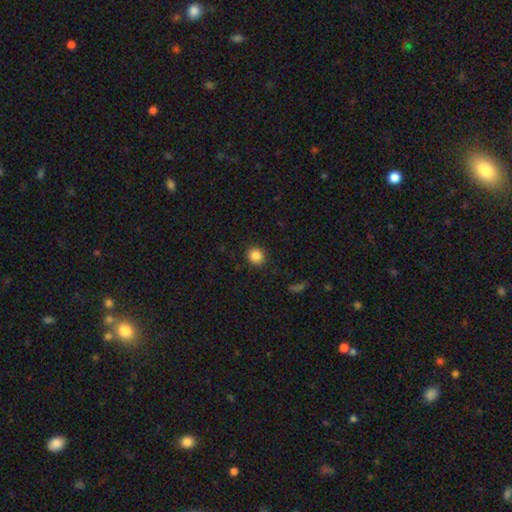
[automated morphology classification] Smooth or featured: smooth — 85% (star or artifact — 10%)
How rounded: round — 87% (in between — 12%)
Merging: none — 91% (minor disturbance — 6%)